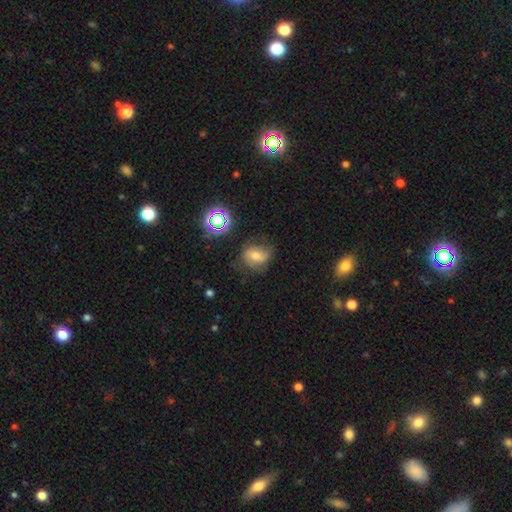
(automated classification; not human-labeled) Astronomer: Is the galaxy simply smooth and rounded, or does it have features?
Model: featured or disk — 41%, tied with smooth at 41%.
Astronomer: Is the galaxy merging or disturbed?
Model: none — 59%.